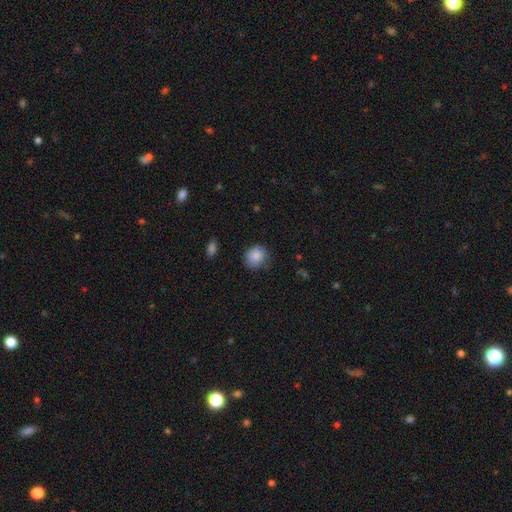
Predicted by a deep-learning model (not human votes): smooth_or_featured: smooth (p=0.86) [alt: star or artifact p=0.08]
how_rounded: round (p=0.74) [alt: in between p=0.25]
merging: none (p=0.75) [alt: minor disturbance p=0.19]